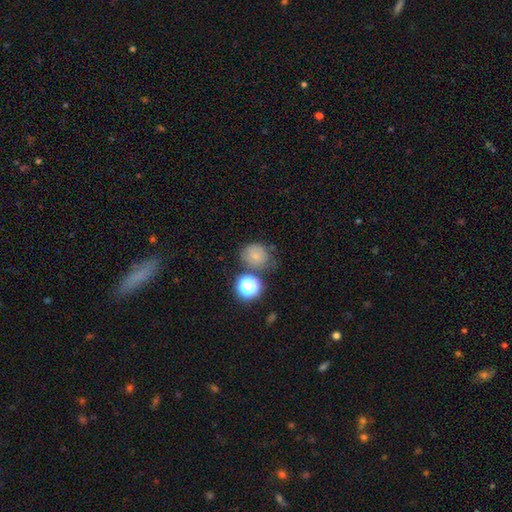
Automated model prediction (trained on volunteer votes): Smooth or featured?
  - smooth: 66% *
  - featured or disk: 17%
  - star or artifact: 17%
How rounded?
  - round: 74% *
  - in between: 25%
  - cigar-shaped: 1%
Merging?
  - none: 62% *
  - minor disturbance: 19%
  - merger: 12%
  - major disturbance: 7%